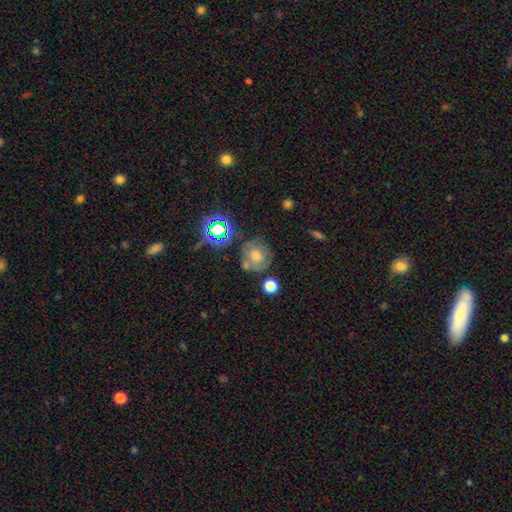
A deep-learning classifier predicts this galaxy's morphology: Q: Smooth or featured?
A: smooth (47%); runner-up: featured or disk (28%)
Q: Merging?
A: none (62%); runner-up: minor disturbance (17%)